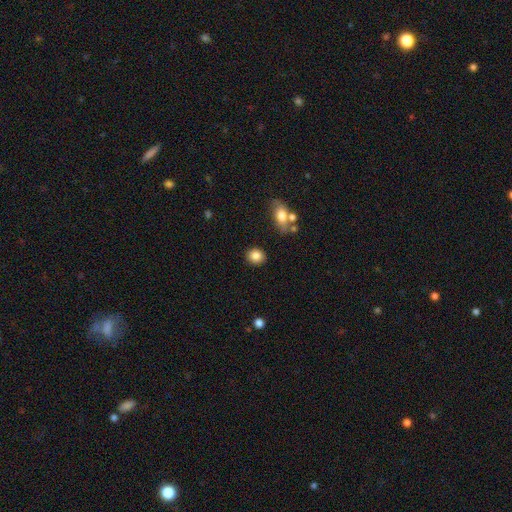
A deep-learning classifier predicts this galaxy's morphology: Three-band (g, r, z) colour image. It shows a smooth galaxy with no disk features (85%) that is round (69%). Merging: none (87%).